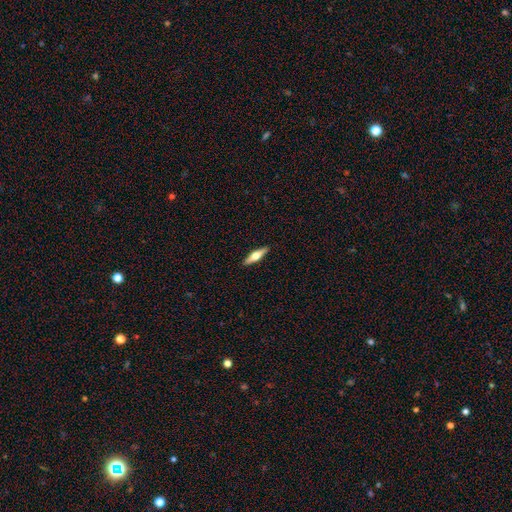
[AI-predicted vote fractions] Smooth or featured? Predicted: featured or disk (p=0.54). Edge-on disk? Predicted: yes (p=0.95). Edge-on bulge? Predicted: rounded (p=0.94). Merging? Predicted: none (p=0.91).